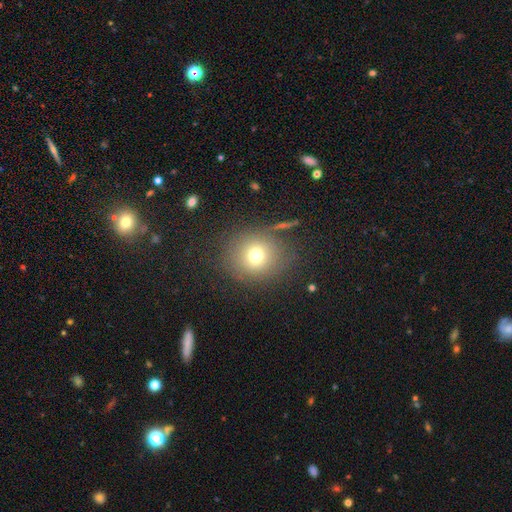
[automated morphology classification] smooth-or-featured: smooth: 72% | star or artifact: 15% | featured or disk: 13%
  how-rounded: round: 82% | in between: 17% | cigar-shaped: 1%
  merging: none: 79% | minor disturbance: 12% | major disturbance: 6% | merger: 3%